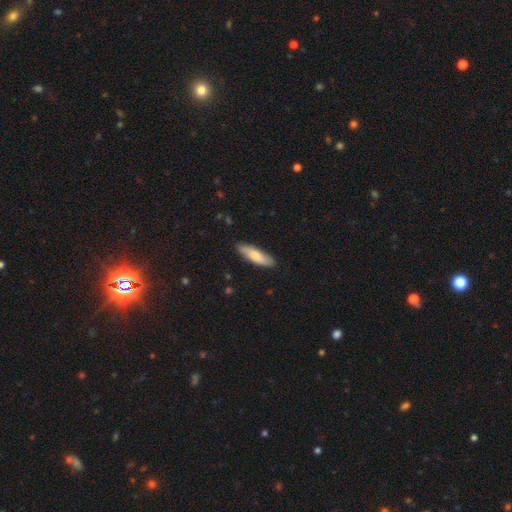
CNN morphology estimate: This appears to be a smooth galaxy with no disk features (78%) that is cigar-shaped (56%). Merging: none (86%).